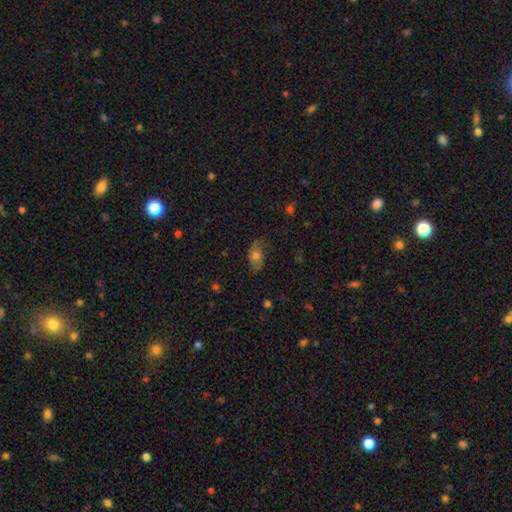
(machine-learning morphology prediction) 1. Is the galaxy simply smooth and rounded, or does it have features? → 46% smooth, 42% featured or disk, 12% star or artifact.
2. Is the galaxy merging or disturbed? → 63% none, 23% minor disturbance, 12% major disturbance, 1% merger.